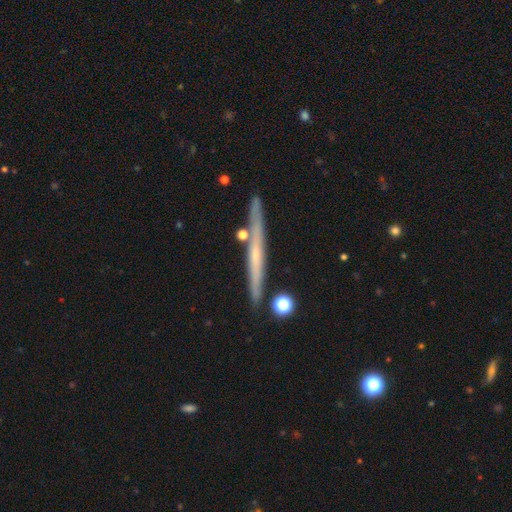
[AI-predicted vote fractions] Smooth or featured: featured or disk — 63% (smooth — 30%)
Edge-on disk: yes — 96% (no — 4%)
Edge-on bulge: none — 63% (rounded — 33%)
Merging: none — 85% (minor disturbance — 9%)